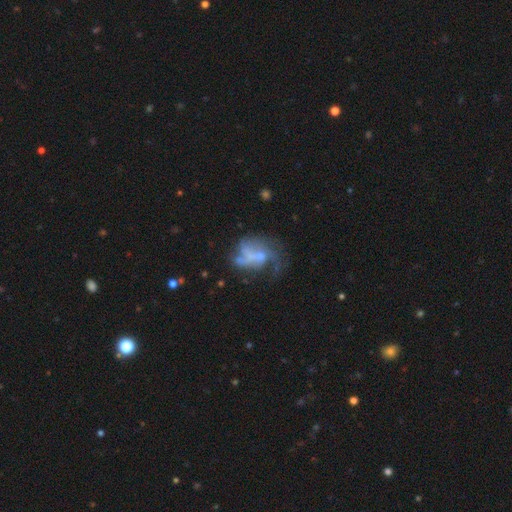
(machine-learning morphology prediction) This appears to be a featured or disk galaxy (63%) with no bar (67%), spiral arms (57%) and no central bulge (48%). Merging: major disturbance (38%).